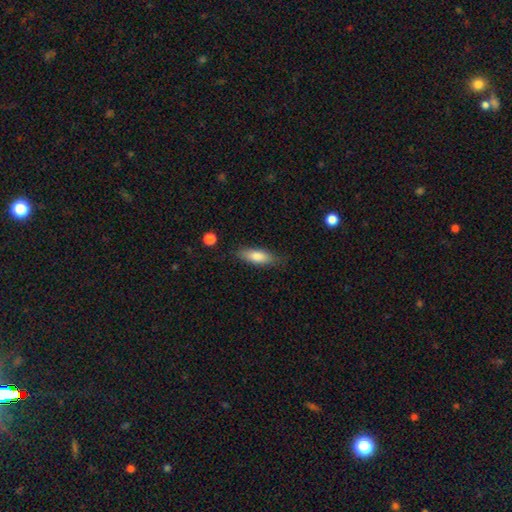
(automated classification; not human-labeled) A smooth galaxy with no disk features (79%) that is in between round and cigar-shaped (57%). Merging: none (80%).